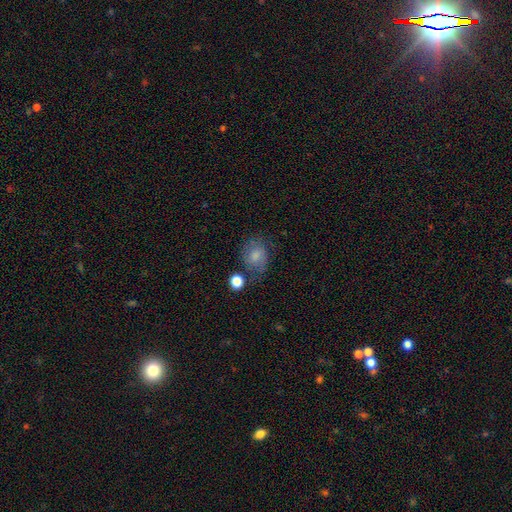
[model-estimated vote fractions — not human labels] Morphology: type=smooth (69%); roundness=round (58%); merging=none (57%).